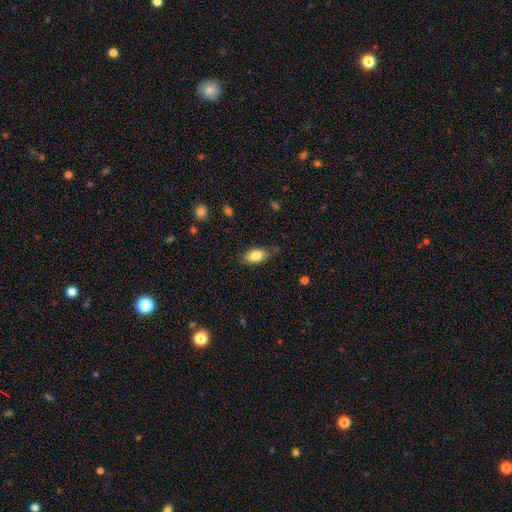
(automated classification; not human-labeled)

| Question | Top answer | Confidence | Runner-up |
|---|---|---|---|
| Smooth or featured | smooth | 84% | featured or disk (8%) |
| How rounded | in between | 90% | round (6%) |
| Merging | none | 80% | minor disturbance (15%) |